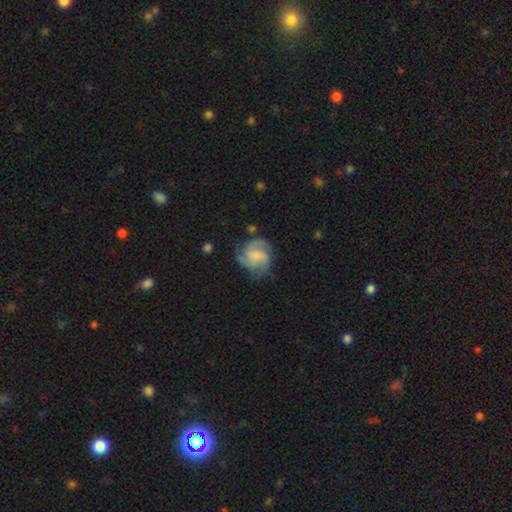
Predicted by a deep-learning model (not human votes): smooth_or_featured: featured or disk (p=0.70) [alt: smooth p=0.23]
disk_edge_on: no (p=0.98) [alt: yes p=0.02]
bar: weak (p=0.47) [alt: no p=0.41]
has_spiral_arms: yes (p=0.92) [alt: no p=0.08]
spiral_winding: medium (p=0.49) [alt: tight p=0.34]
spiral_arm_count: 3 (p=0.39) [alt: 2 p=0.28]
bulge_size: small (p=0.43) [alt: none p=0.27]
merging: none (p=0.63) [alt: minor disturbance p=0.22]